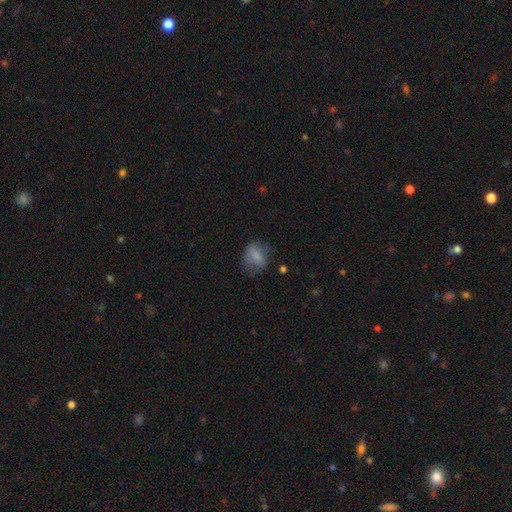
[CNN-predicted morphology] Smooth or featured? Predicted: smooth (p=0.74). How rounded? Predicted: in between (p=0.53). Merging? Predicted: none (p=0.56).